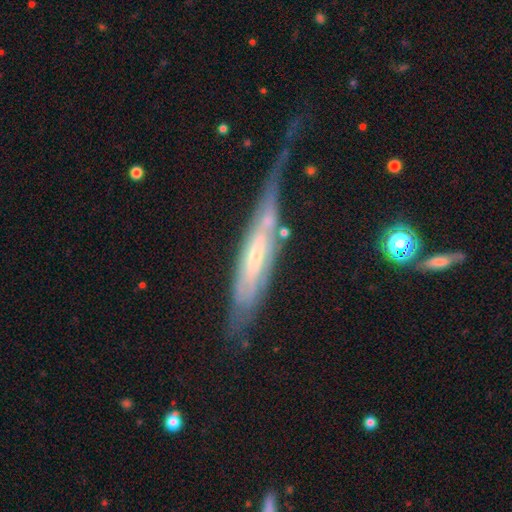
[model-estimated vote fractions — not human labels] A featured or disk galaxy (72%) viewed edge-on (60%). Merging: none (36%).